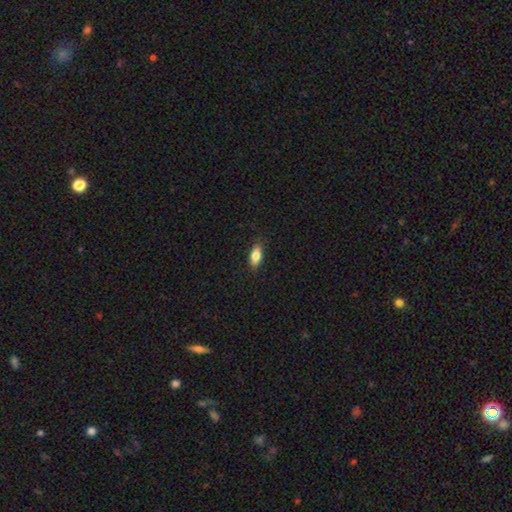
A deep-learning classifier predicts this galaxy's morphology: This is likely a smooth galaxy (78%). How rounded: likely in between (78%). Merging: clearly none (85%).